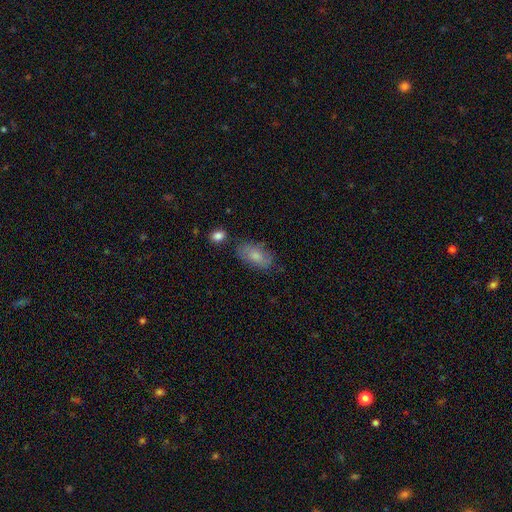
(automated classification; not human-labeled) A smooth galaxy with no disk features (76%) that is in between round and cigar-shaped (92%).

Vote fractions:
- Smooth or featured? smooth: 76% / featured or disk: 17% / star or artifact: 7%
- How rounded? in between: 92% / round: 5% / cigar-shaped: 4%
- Merging? none: 70% / minor disturbance: 20% / major disturbance: 5% / merger: 4%